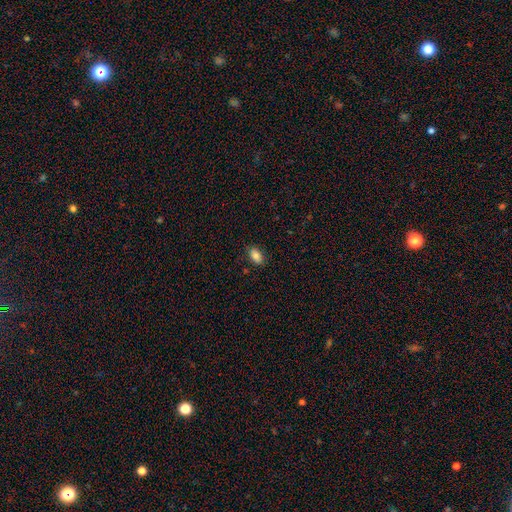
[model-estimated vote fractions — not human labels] Overall: smooth (85%). How rounded: in between (91%). Merging: none (85%).